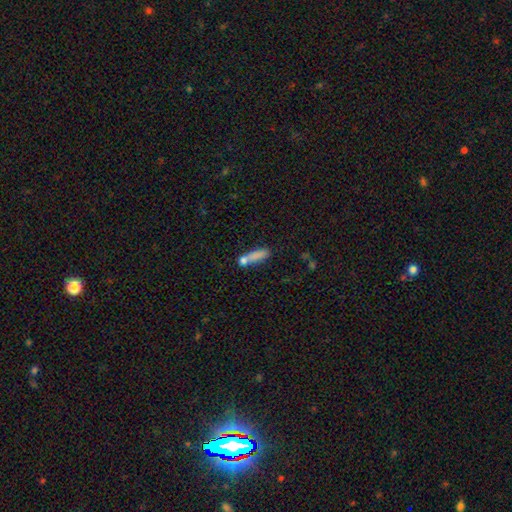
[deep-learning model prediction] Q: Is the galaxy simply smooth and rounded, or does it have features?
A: smooth — 77%.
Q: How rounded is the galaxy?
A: cigar-shaped — 64%.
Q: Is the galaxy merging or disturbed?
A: none — 53%.